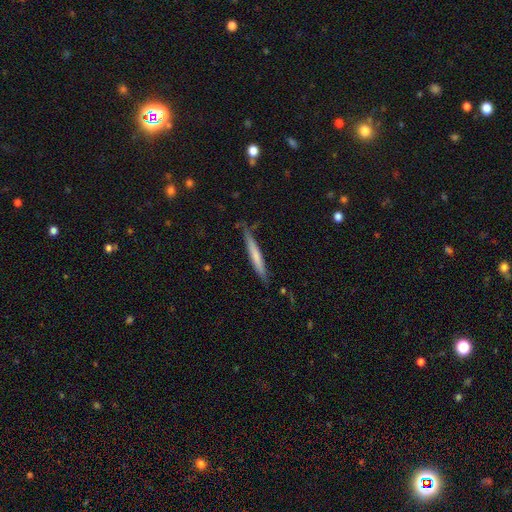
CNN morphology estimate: Smooth or featured? smooth (62%)
How rounded? cigar-shaped (96%)
Merging? none (81%)